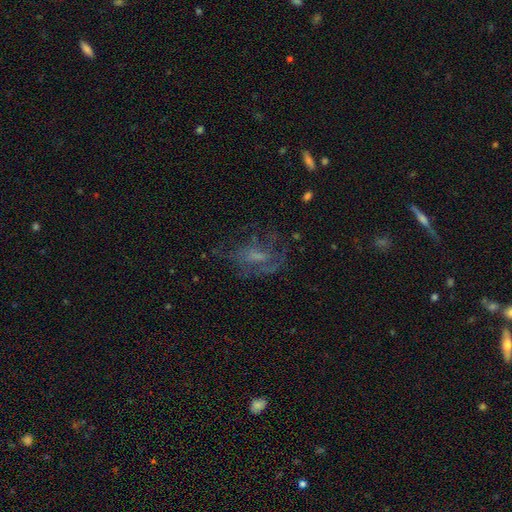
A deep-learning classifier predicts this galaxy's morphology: featured or disk 57%, smooth 24%, star or artifact 19%. Down the decision tree: edge-on disk — no (95%); bar — no (59%); spiral arms — yes (55%); bulge size — none (36%); merging — none (48%).